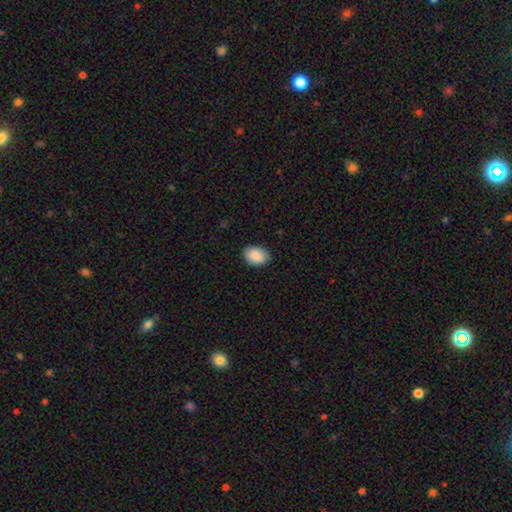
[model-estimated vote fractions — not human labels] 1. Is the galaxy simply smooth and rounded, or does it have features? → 90% smooth, 6% star or artifact, 4% featured or disk.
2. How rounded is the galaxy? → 79% in between, 20% round, 1% cigar-shaped.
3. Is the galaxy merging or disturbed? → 85% none, 12% minor disturbance, 2% major disturbance, 1% merger.